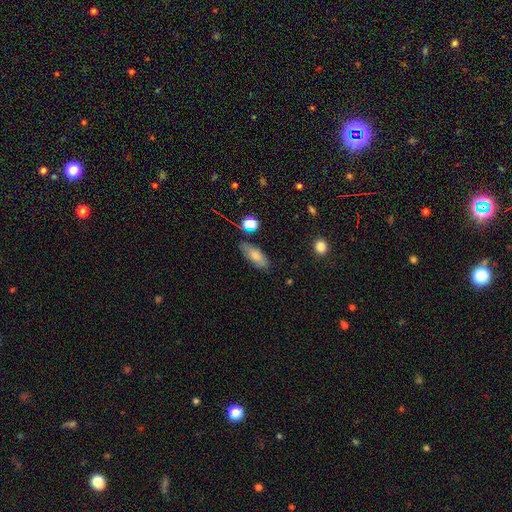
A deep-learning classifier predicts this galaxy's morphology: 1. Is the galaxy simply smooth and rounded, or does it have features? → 73% smooth, 18% featured or disk, 9% star or artifact.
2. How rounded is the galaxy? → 77% in between, 19% cigar-shaped, 4% round.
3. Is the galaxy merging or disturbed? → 74% none, 18% minor disturbance, 4% merger, 4% major disturbance.